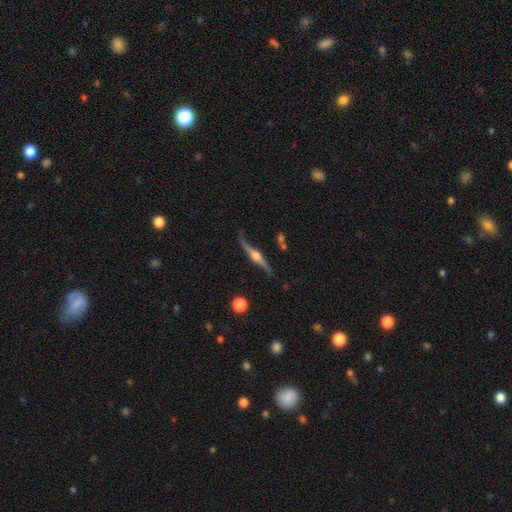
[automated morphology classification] Smooth or featured?
  - featured or disk: 83% *
  - smooth: 11%
  - star or artifact: 5%
Edge-on disk?
  - yes: 92% *
  - no: 8%
Edge-on bulge?
  - rounded: 93% *
  - boxy: 4%
  - none: 2%
Merging?
  - none: 71% *
  - minor disturbance: 20%
  - major disturbance: 6%
  - merger: 4%